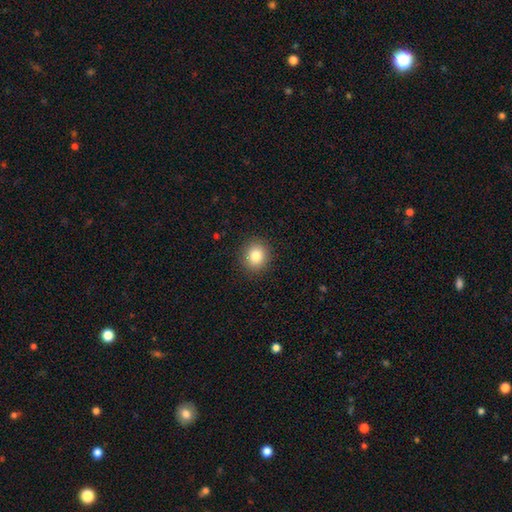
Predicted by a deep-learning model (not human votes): Smooth or featured: smooth — 83% (star or artifact — 10%)
How rounded: round — 83% (in between — 16%)
Merging: none — 91% (minor disturbance — 6%)